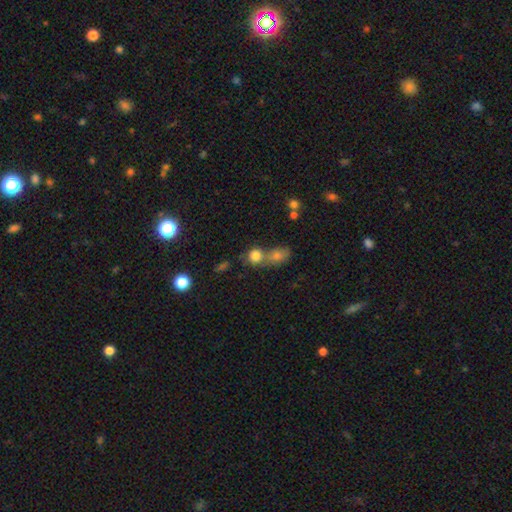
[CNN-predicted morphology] Overall: smooth (79%). How rounded: round (72%). Merging: merger (51%; none 36%).